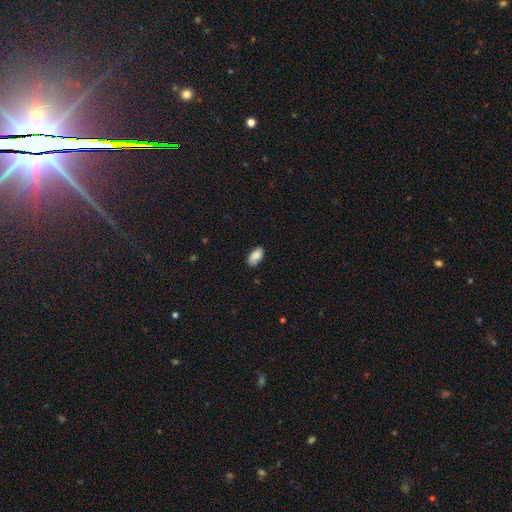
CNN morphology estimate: The model was most divided on "merging": none: 74%, minor disturbance: 21%, major disturbance: 4%, merger: 2%. More confident: how rounded — in between (94%); smooth or featured — smooth (84%).